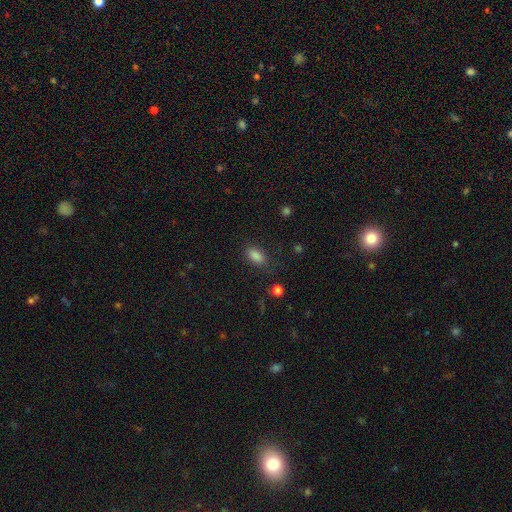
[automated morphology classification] The model was most divided on "merging": none: 81%, minor disturbance: 13%, major disturbance: 4%, merger: 2%. More confident: how rounded — in between (89%); smooth or featured — smooth (86%).